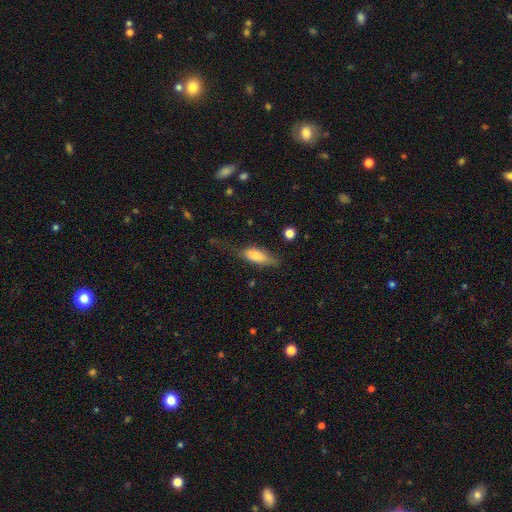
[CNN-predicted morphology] smooth-or-featured: smooth: 76% | featured or disk: 17% | star or artifact: 7%
  how-rounded: in between: 65% | cigar-shaped: 33% | round: 2%
  merging: none: 48% | minor disturbance: 30% | major disturbance: 20% | merger: 3%